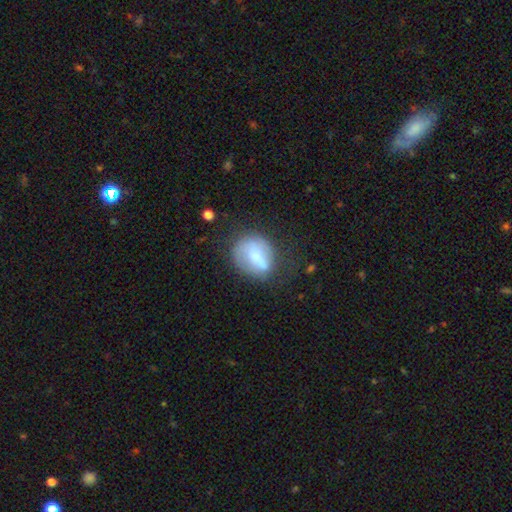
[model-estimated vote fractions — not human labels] The model was most divided on "how rounded": round: 50%, in between: 49%, cigar-shaped: 2%. More confident: smooth or featured — smooth (57%); merging — none (51%).